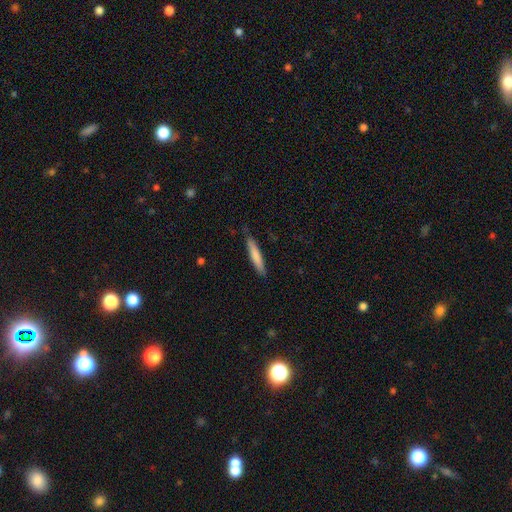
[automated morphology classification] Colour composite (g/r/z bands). It shows a smooth galaxy with no disk features (79%) that is cigar-shaped (91%). Merging: none (83%).